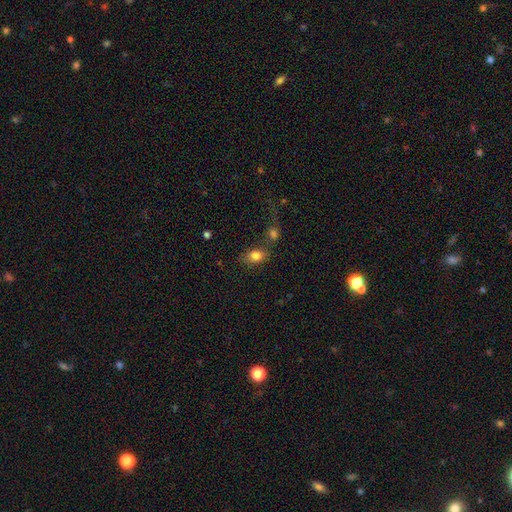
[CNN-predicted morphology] Smooth or featured: smooth — 81% (star or artifact — 10%)
How rounded: in between — 77% (round — 20%)
Merging: none — 55% (merger — 23%)